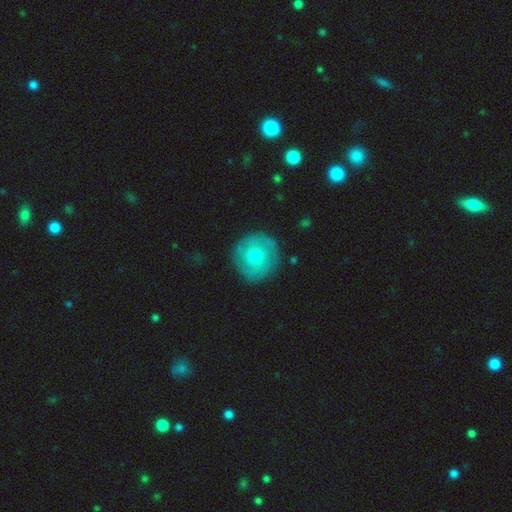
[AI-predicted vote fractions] Q: Smooth or featured?
A: smooth (50%); runner-up: featured or disk (43%)
Q: How rounded?
A: round (93%); runner-up: in between (6%)
Q: Merging?
A: none (84%); runner-up: minor disturbance (12%)